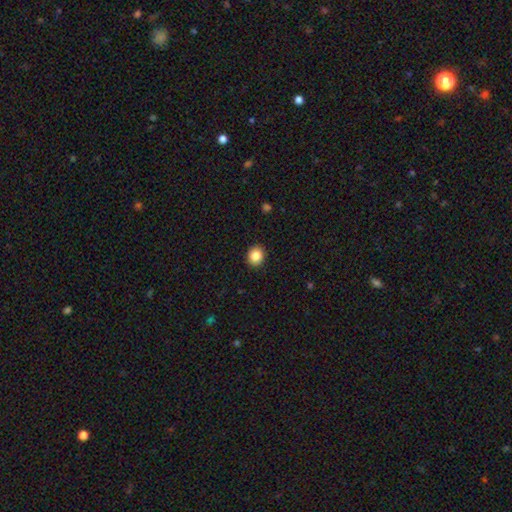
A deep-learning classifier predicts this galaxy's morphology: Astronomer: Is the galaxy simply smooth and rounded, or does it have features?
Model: smooth — 86%.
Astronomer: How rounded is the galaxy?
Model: round — 80%.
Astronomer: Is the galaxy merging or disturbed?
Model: none — 92%.